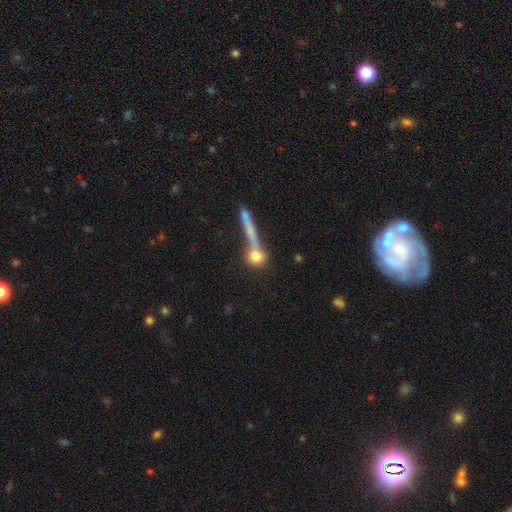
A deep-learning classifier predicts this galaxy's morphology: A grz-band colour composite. It shows a smooth galaxy with no disk features (73%) that is round (71%). Merging: none (46%).